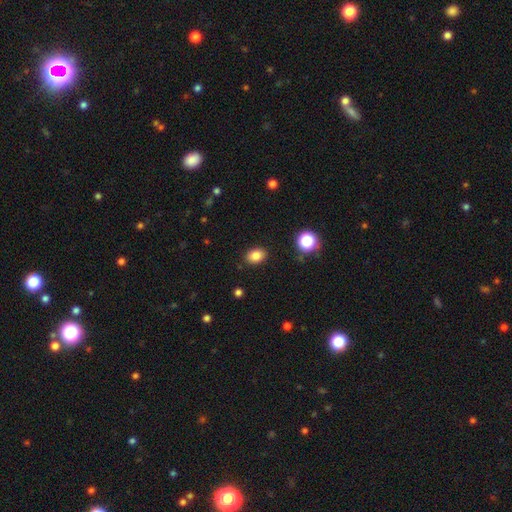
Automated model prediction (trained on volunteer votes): This is clearly a smooth galaxy (83%). How rounded: likely in between (70%). Merging: clearly none (88%).